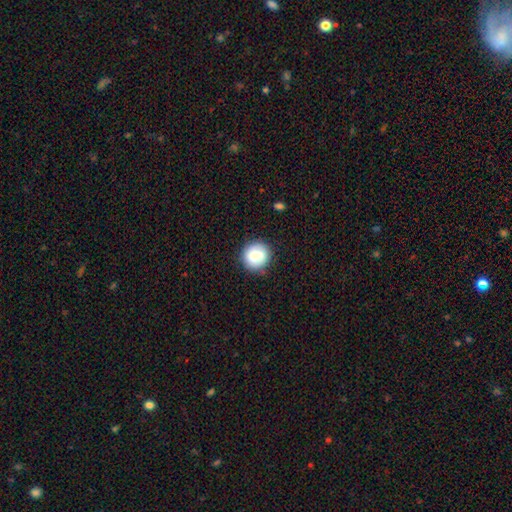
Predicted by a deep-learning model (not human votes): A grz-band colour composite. It shows a smooth galaxy with no disk features (80%) that is round (91%). Merging: none (87%).